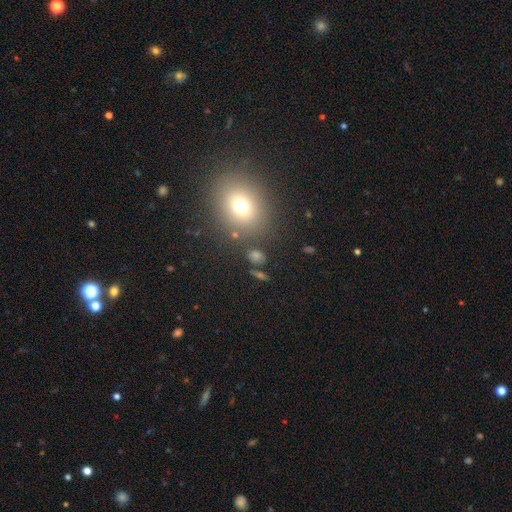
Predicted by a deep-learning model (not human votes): smooth-or-featured: smooth: 60% | star or artifact: 27% | featured or disk: 13%
  how-rounded: round: 53% | in between: 42% | cigar-shaped: 5%
  merging: none: 77% | minor disturbance: 11% | merger: 7% | major disturbance: 5%